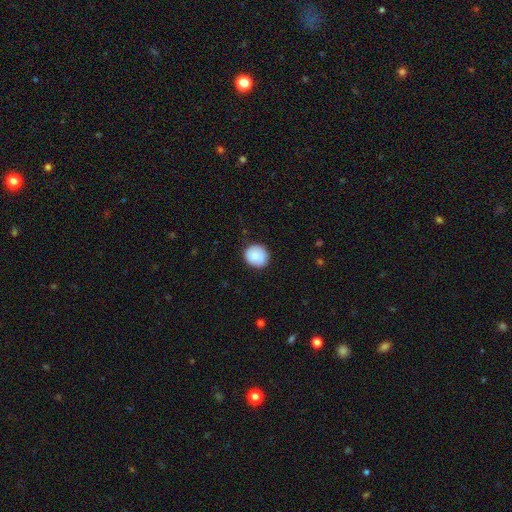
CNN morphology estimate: Smooth or featured?
  - smooth: 82% *
  - featured or disk: 11%
  - star or artifact: 7%
How rounded?
  - round: 88% *
  - in between: 11%
  - cigar-shaped: 1%
Merging?
  - none: 84% *
  - minor disturbance: 13%
  - major disturbance: 3%
  - merger: 1%